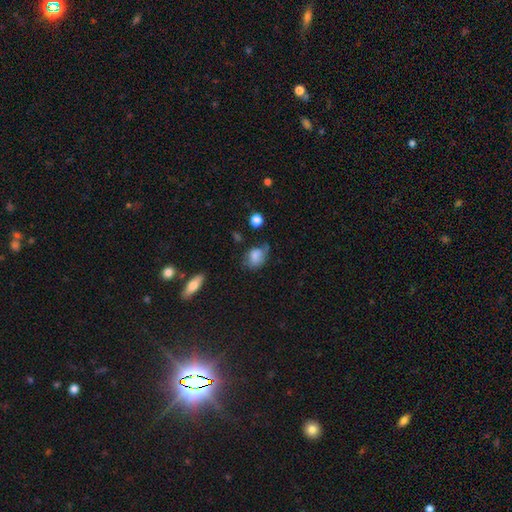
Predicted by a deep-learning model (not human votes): Smooth or featured?
  - smooth: 72% *
  - featured or disk: 18%
  - star or artifact: 9%
How rounded?
  - in between: 67% *
  - round: 31%
  - cigar-shaped: 1%
Merging?
  - none: 41% *
  - minor disturbance: 37%
  - major disturbance: 18%
  - merger: 4%